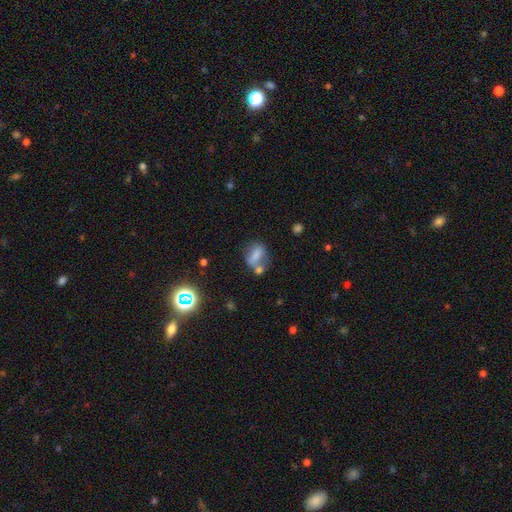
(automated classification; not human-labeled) Smooth or featured: smooth — 64% (featured or disk — 22%)
How rounded: in between — 70% (round — 22%)
Merging: none — 41% (merger — 32%)